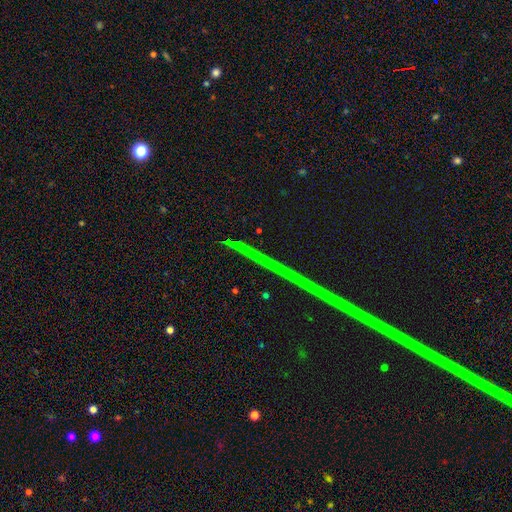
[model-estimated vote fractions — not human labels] A star or artifact, not a galaxy (83%).